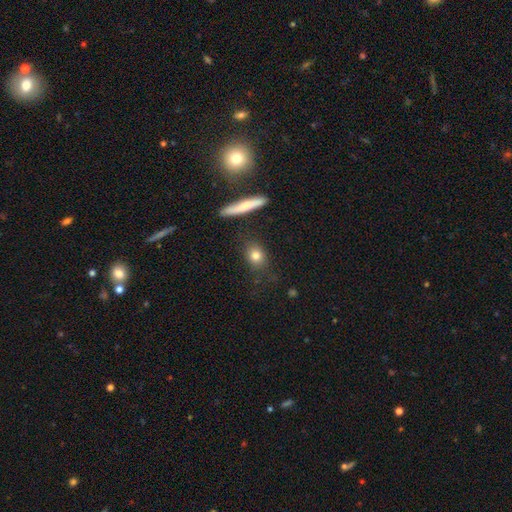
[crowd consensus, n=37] Smooth or featured? 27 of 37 (73%) said smooth. How rounded? 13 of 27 (48%) said in between. Merging? 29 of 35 (83%) said none.